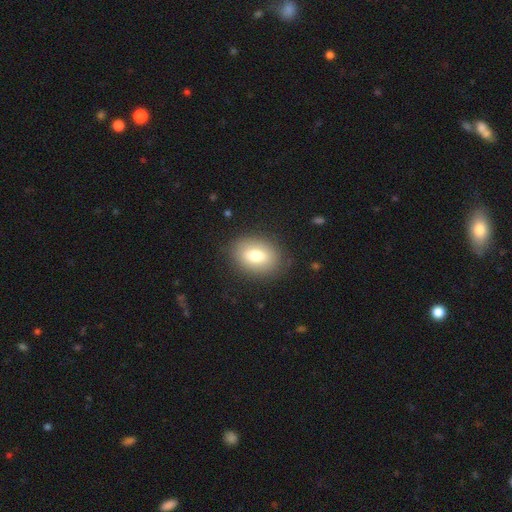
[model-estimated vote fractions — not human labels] A smooth galaxy with no disk features (76%) that is in between round and cigar-shaped (73%).

Vote fractions:
- Smooth or featured? smooth: 76% / featured or disk: 16% / star or artifact: 9%
- How rounded? in between: 73% / round: 25% / cigar-shaped: 1%
- Merging? none: 84% / minor disturbance: 11% / major disturbance: 4% / merger: 1%